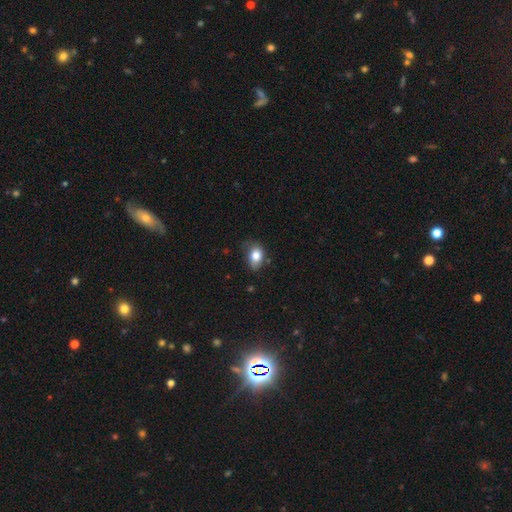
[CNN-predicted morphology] smooth_or_featured: smooth (p=0.80) [alt: featured or disk p=0.11]
how_rounded: in between (p=0.76) [alt: round p=0.23]
merging: none (p=0.53) [alt: minor disturbance p=0.35]